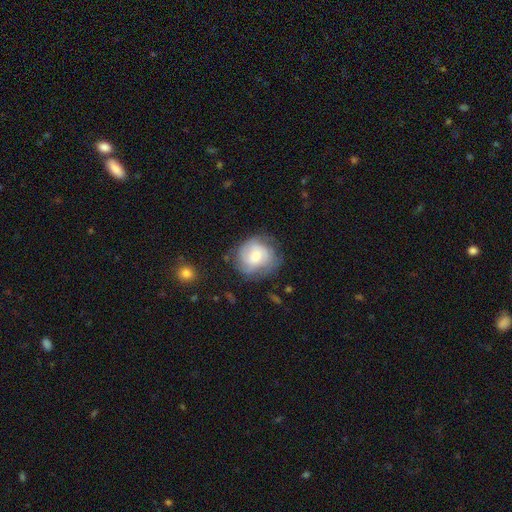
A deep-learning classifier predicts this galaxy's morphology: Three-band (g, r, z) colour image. It shows a featured or disk galaxy (48%). Merging: none (64%).